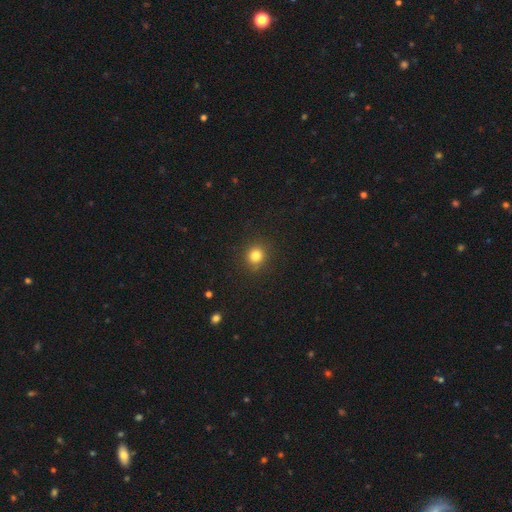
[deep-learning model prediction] This is clearly a smooth galaxy (82%). How rounded: clearly round (87%). Merging: clearly none (89%).